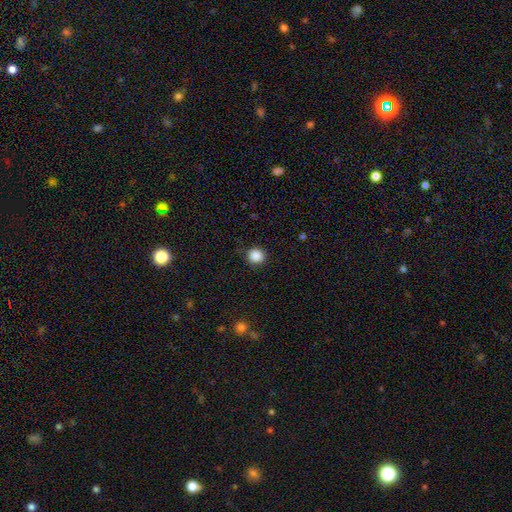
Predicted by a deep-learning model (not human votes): smooth_or_featured: smooth (p=0.88) [alt: star or artifact p=0.10]
how_rounded: round (p=0.89) [alt: in between p=0.10]
merging: none (p=0.88) [alt: minor disturbance p=0.08]